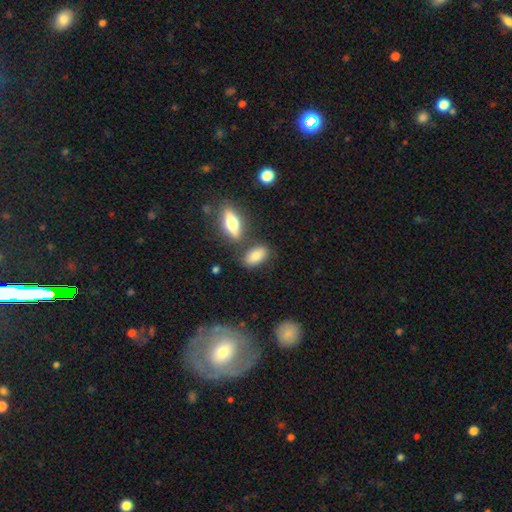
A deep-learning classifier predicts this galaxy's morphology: Overall: smooth (79%). How rounded: in between (88%). Merging: none (71%).